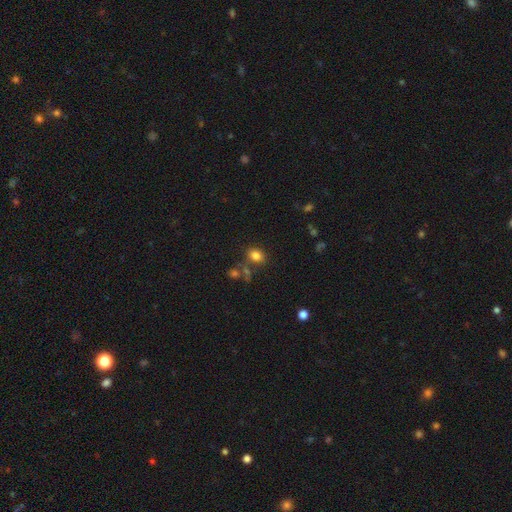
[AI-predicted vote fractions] Smooth or featured: smooth — 80% (star or artifact — 13%)
How rounded: in between — 52% (round — 47%)
Merging: none — 72% (minor disturbance — 13%)